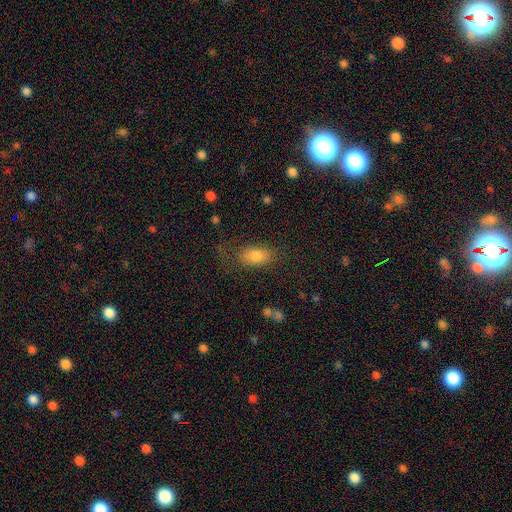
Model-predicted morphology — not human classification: smooth_or_featured: smooth (p=0.78) [alt: featured or disk p=0.11]
how_rounded: in between (p=0.88) [alt: round p=0.07]
merging: none (p=0.69) [alt: minor disturbance p=0.18]